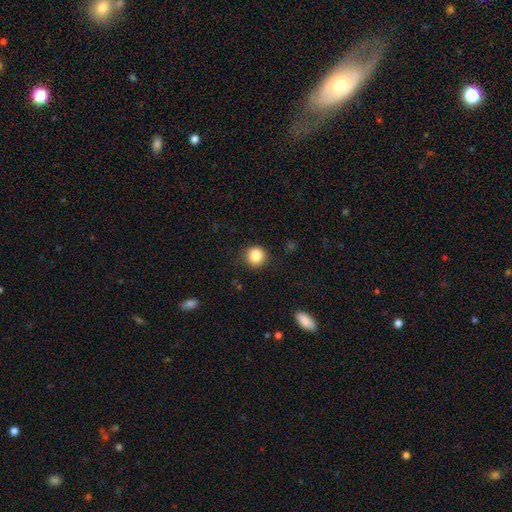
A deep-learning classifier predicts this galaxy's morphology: smooth 86%, star or artifact 10%, featured or disk 4%. Down the decision tree: how rounded — round (89%); merging — none (86%).